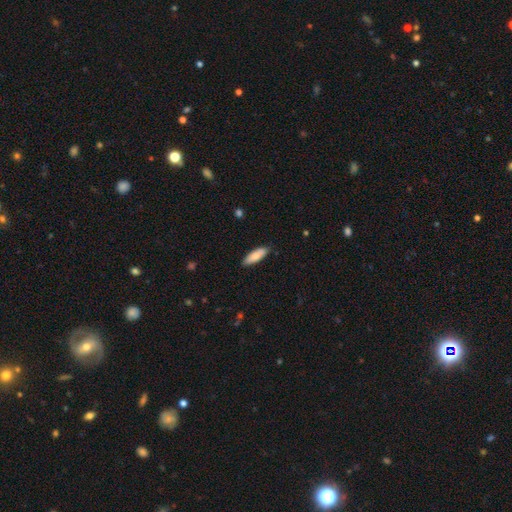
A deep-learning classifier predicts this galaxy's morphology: Q: Smooth or featured?
A: smooth (82%); runner-up: featured or disk (12%)
Q: How rounded?
A: in between (55%); runner-up: cigar-shaped (43%)
Q: Merging?
A: none (84%); runner-up: minor disturbance (13%)